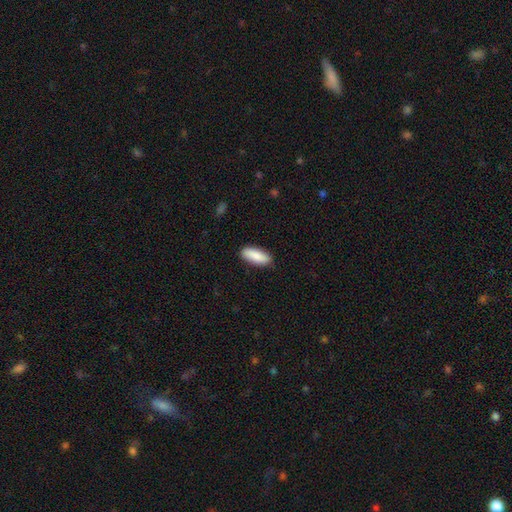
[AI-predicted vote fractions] smooth_or_featured: smooth (p=0.87) [alt: featured or disk p=0.07]
how_rounded: in between (p=0.73) [alt: cigar-shaped p=0.26]
merging: none (p=0.88) [alt: minor disturbance p=0.09]